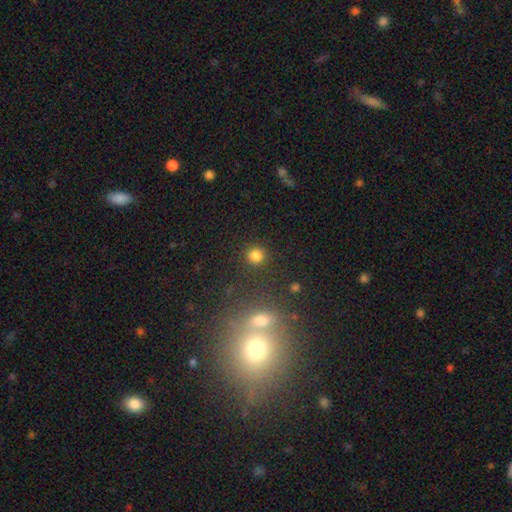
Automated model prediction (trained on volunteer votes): Overall: smooth (82%). How rounded: round (91%). Merging: none (89%).